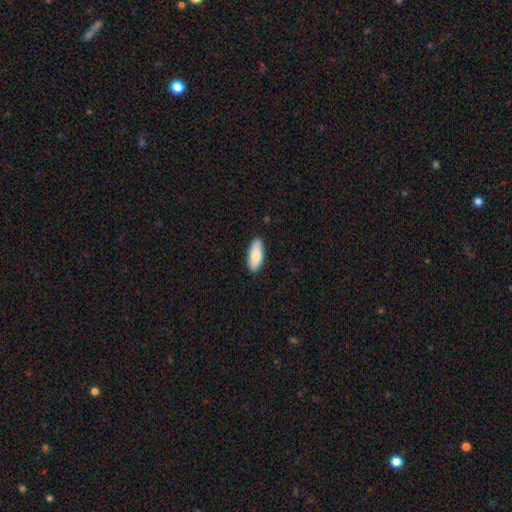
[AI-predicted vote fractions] smooth-or-featured: smooth: 78% | featured or disk: 16% | star or artifact: 6%
  how-rounded: in between: 84% | cigar-shaped: 14% | round: 2%
  merging: none: 87% | minor disturbance: 10% | major disturbance: 2% | merger: 1%